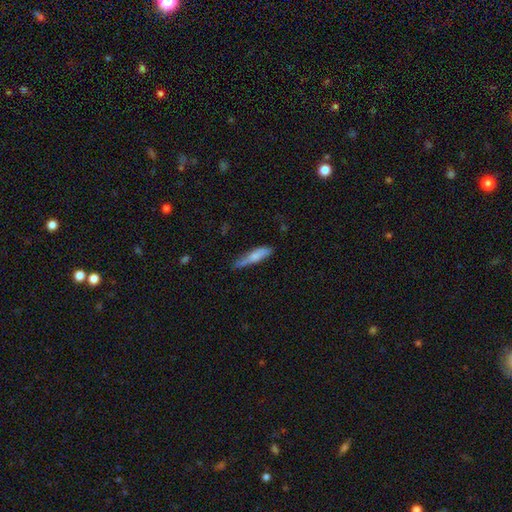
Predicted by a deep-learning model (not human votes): Smooth or featured? smooth (70%)
How rounded? cigar-shaped (78%)
Merging? none (58%)